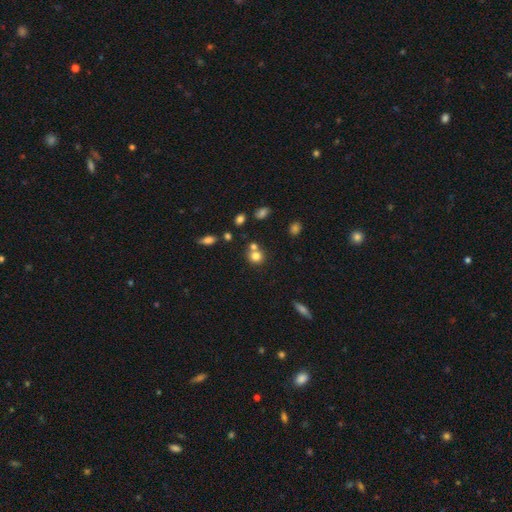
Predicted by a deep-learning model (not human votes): Smooth or featured: smooth — 77% (star or artifact — 13%)
How rounded: round — 84% (in between — 15%)
Merging: none — 52% (merger — 36%)